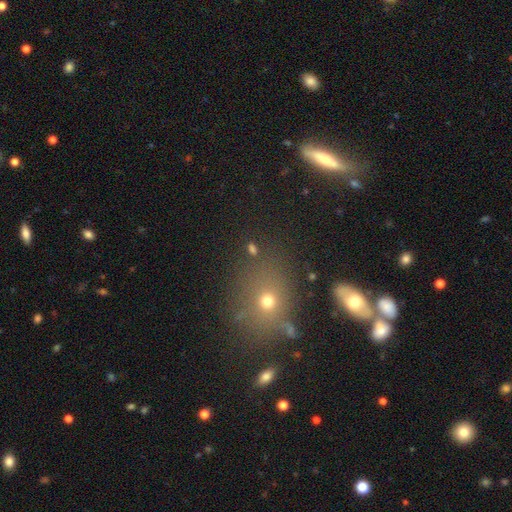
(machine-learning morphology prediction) smooth_or_featured: smooth (p=0.52) [alt: star or artifact p=0.30]
how_rounded: round (p=0.54) [alt: in between p=0.41]
merging: none (p=0.72) [alt: minor disturbance p=0.13]